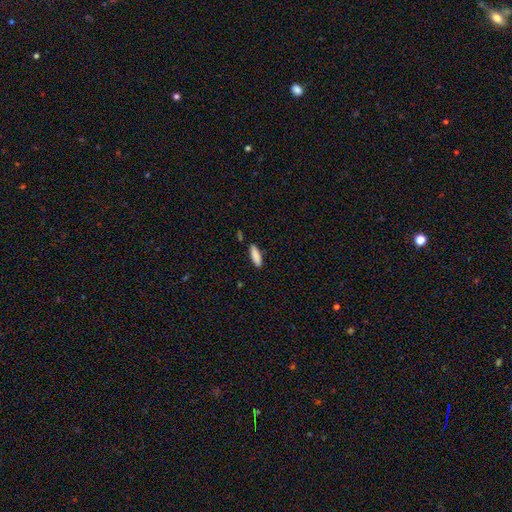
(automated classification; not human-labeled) Smooth or featured: smooth — 88% (star or artifact — 6%)
How rounded: cigar-shaped — 50% (in between — 48%)
Merging: none — 84% (minor disturbance — 11%)